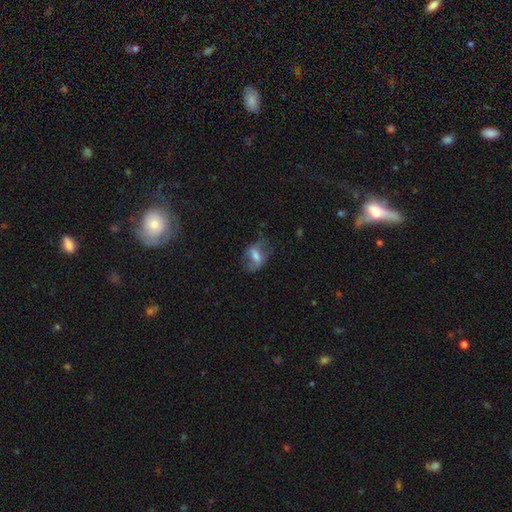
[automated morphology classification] type=smooth (51%); roundness=in between (79%); merging=none (51%).